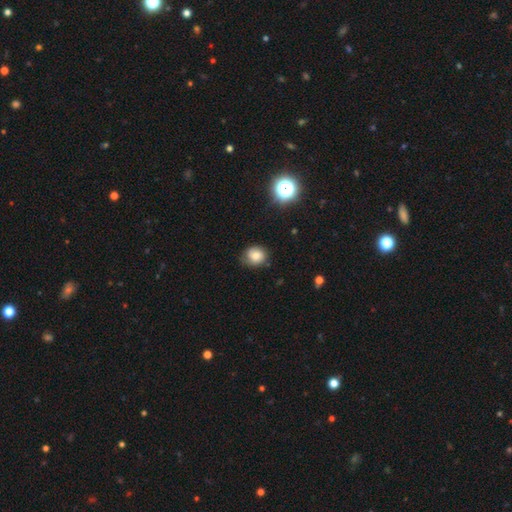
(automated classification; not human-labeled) Morphology: type=smooth (73%); roundness=round (69%); merging=none (66%).